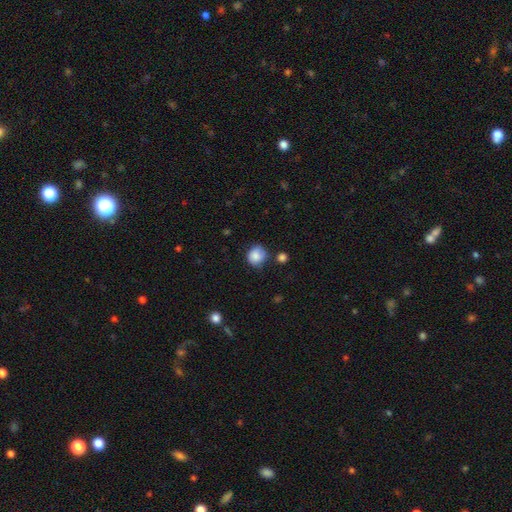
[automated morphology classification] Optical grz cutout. It shows a smooth galaxy with no disk features (86%) that is round (81%). Merging: none (64%).